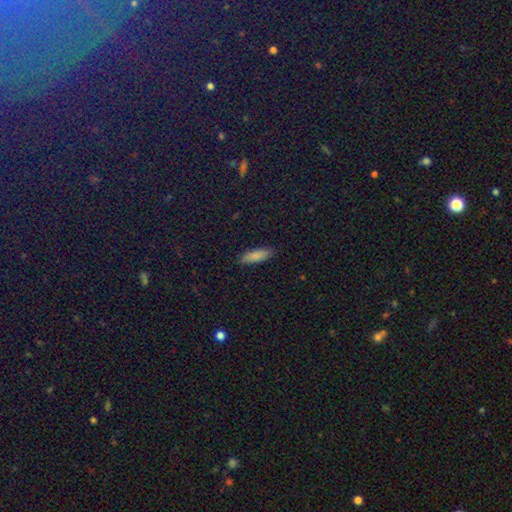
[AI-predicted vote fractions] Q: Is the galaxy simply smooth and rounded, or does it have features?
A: smooth — 85%.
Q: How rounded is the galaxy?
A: in between — 57%.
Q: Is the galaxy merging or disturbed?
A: none — 87%.